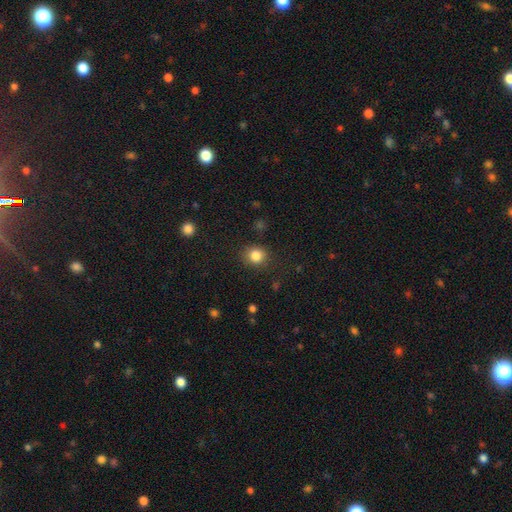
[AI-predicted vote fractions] Q: Smooth or featured?
A: smooth (83%); runner-up: star or artifact (11%)
Q: How rounded?
A: round (78%); runner-up: in between (21%)
Q: Merging?
A: none (85%); runner-up: minor disturbance (10%)